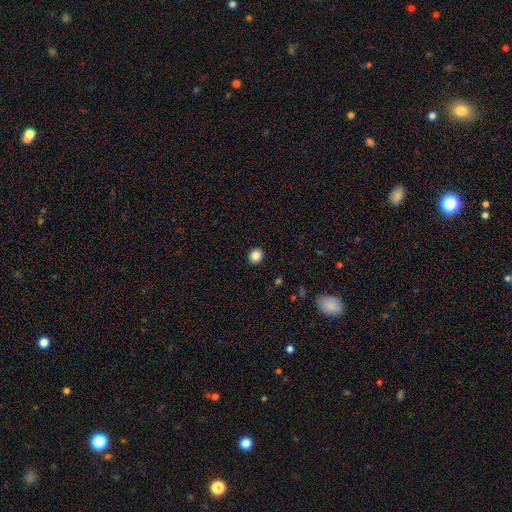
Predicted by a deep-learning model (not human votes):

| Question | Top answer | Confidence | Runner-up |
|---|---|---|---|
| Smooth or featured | smooth | 86% | star or artifact (10%) |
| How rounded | round | 76% | in between (23%) |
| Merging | none | 92% | minor disturbance (6%) |